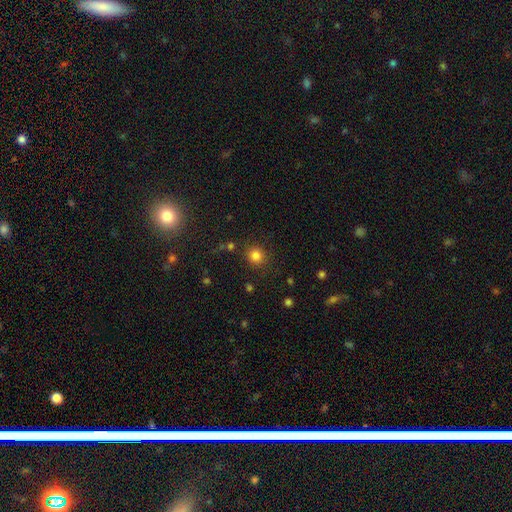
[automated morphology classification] A smooth galaxy with no disk features (82%) that is round (89%). Merging: none (86%).